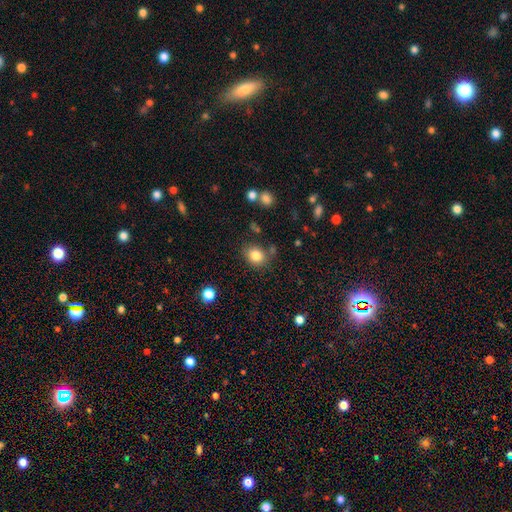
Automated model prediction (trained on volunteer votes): smooth_or_featured: smooth (p=0.83) [alt: star or artifact p=0.11]
how_rounded: round (p=0.64) [alt: in between p=0.35]
merging: none (p=0.77) [alt: minor disturbance p=0.13]